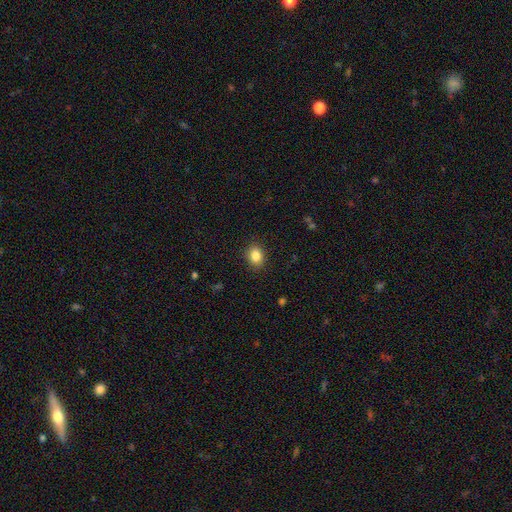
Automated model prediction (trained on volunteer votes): Smooth or featured? Predicted: smooth (p=0.86). How rounded? Predicted: in between (p=0.52). Merging? Predicted: none (p=0.89).